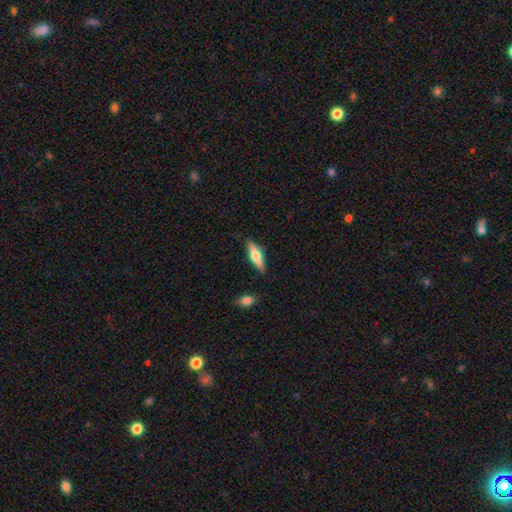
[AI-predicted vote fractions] A smooth galaxy with no disk features (47%, tied with featured or disk).

Vote fractions:
- Smooth or featured? smooth: 47% (tied) / featured or disk: 47% (tied) / star or artifact: 6%
- Merging? none: 86% / minor disturbance: 9% / merger: 2% / major disturbance: 2%